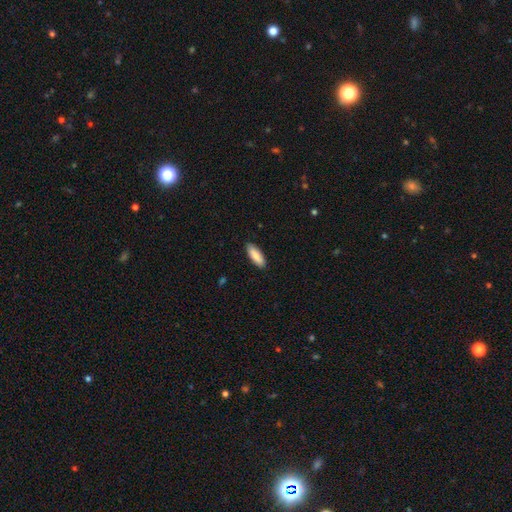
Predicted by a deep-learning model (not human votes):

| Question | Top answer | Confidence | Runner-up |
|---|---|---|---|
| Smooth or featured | smooth | 86% | featured or disk (8%) |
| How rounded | in between | 70% | cigar-shaped (29%) |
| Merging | none | 88% | minor disturbance (9%) |